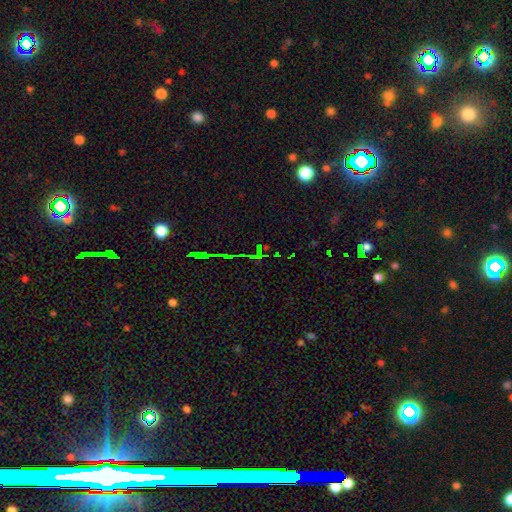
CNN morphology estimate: Smooth or featured? star or artifact (75%)